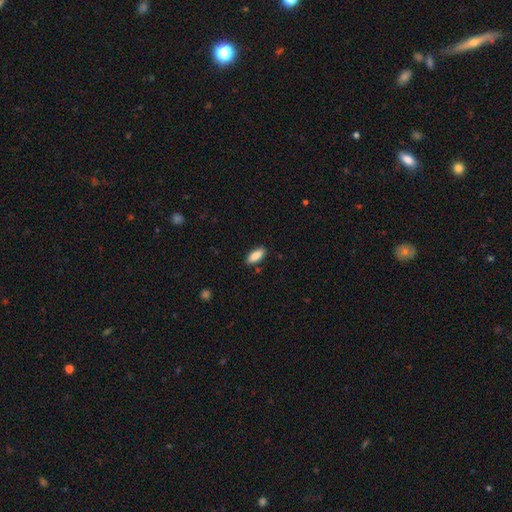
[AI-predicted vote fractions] This is clearly a smooth galaxy (88%). How rounded: clearly in between (83%). Merging: clearly none (87%).